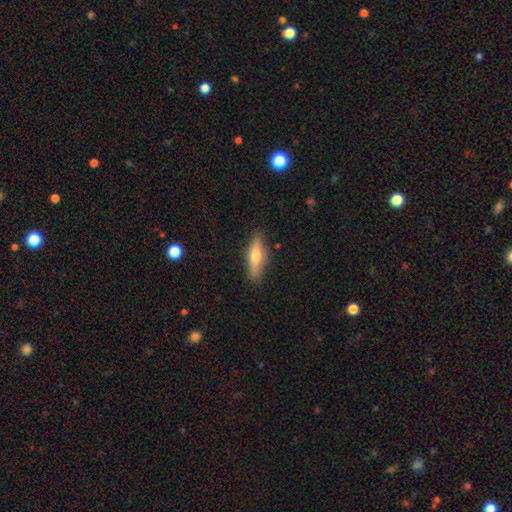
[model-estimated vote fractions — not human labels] smooth-or-featured: smooth: 52% | featured or disk: 41% | star or artifact: 7%
  how-rounded: cigar-shaped: 65% | in between: 33% | round: 2%
  merging: none: 87% | minor disturbance: 9% | major disturbance: 2% | merger: 1%